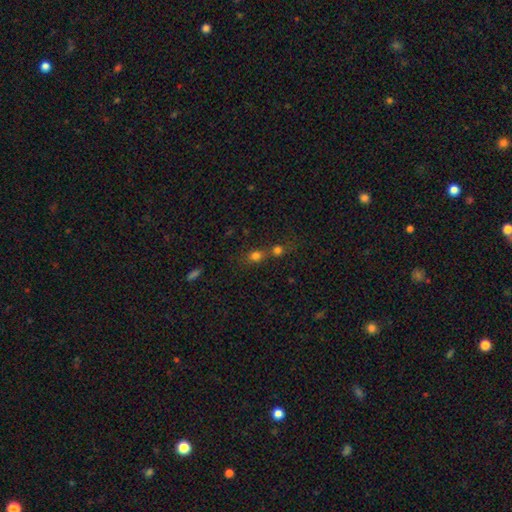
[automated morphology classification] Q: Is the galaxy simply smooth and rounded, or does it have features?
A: smooth — 74%.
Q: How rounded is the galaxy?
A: round — 65%.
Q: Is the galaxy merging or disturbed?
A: merger — 53%.